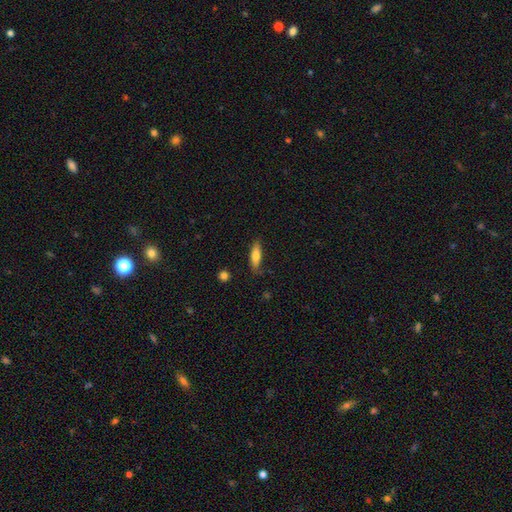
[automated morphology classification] Smooth or featured: smooth — 76% (featured or disk — 18%)
How rounded: cigar-shaped — 52% (in between — 46%)
Merging: none — 76% (minor disturbance — 18%)